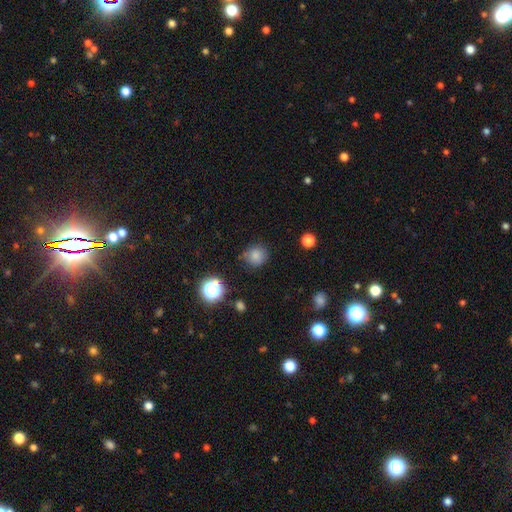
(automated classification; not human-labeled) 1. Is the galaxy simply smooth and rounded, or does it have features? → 79% smooth, 15% star or artifact, 6% featured or disk.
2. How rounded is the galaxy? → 86% round, 13% in between, 1% cigar-shaped.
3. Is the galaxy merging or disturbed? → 78% none, 15% minor disturbance, 4% major disturbance, 3% merger.